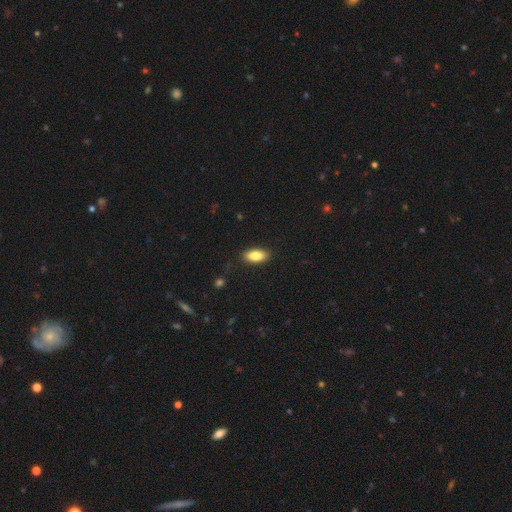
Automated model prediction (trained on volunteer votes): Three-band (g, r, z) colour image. It shows a smooth galaxy with no disk features (83%) that is in between round and cigar-shaped (87%). Merging: none (87%).